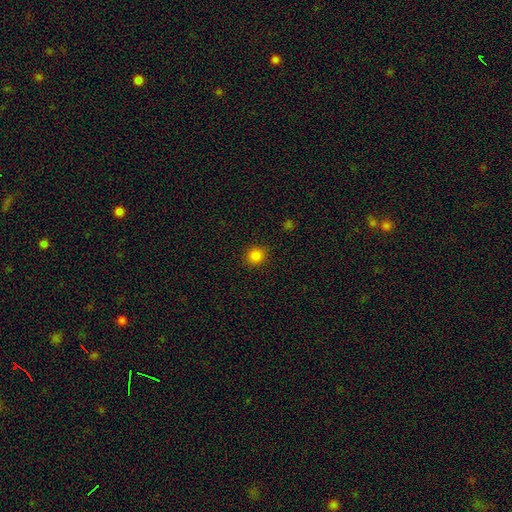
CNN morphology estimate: Smooth or featured: smooth — 83% (star or artifact — 13%)
How rounded: round — 85% (in between — 14%)
Merging: none — 89% (minor disturbance — 7%)